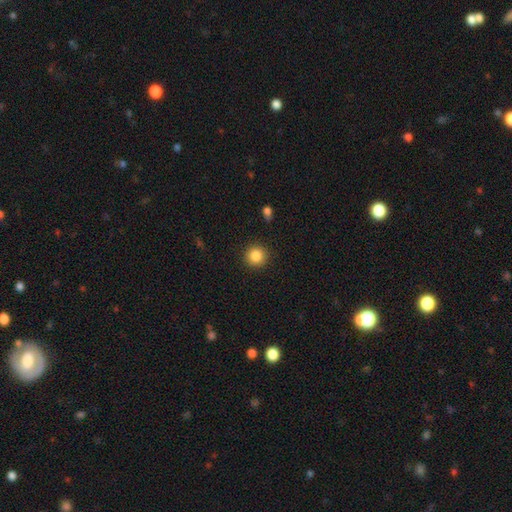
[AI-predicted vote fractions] This is clearly a smooth galaxy (86%). How rounded: clearly round (94%). Merging: clearly none (91%).